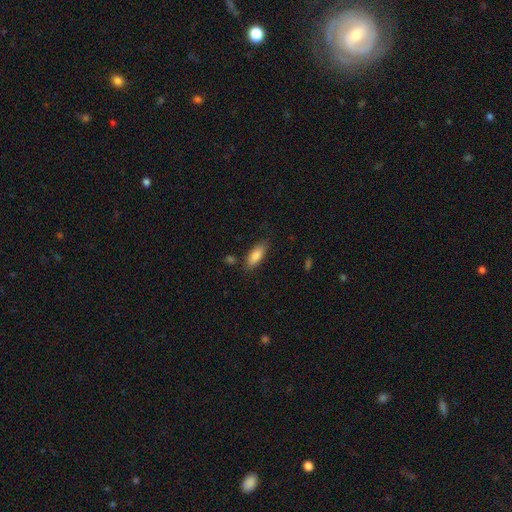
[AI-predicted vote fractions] Smooth or featured? Predicted: smooth (p=0.84). How rounded? Predicted: in between (p=0.70). Merging? Predicted: none (p=0.79).